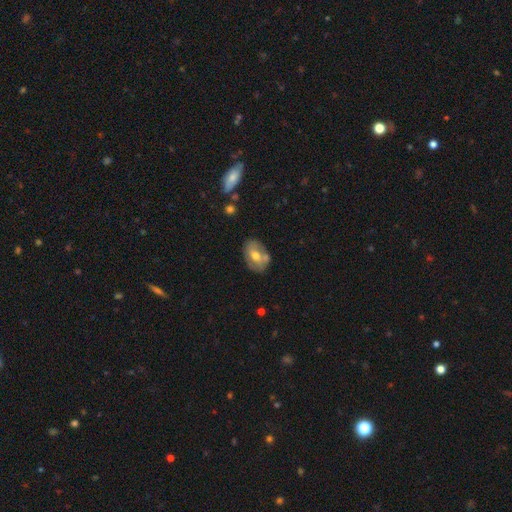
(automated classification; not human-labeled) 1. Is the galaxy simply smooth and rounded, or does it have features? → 54% smooth, 38% featured or disk, 8% star or artifact.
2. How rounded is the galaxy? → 78% in between, 20% round, 1% cigar-shaped.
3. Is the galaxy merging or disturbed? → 67% none, 17% minor disturbance, 11% merger, 4% major disturbance.